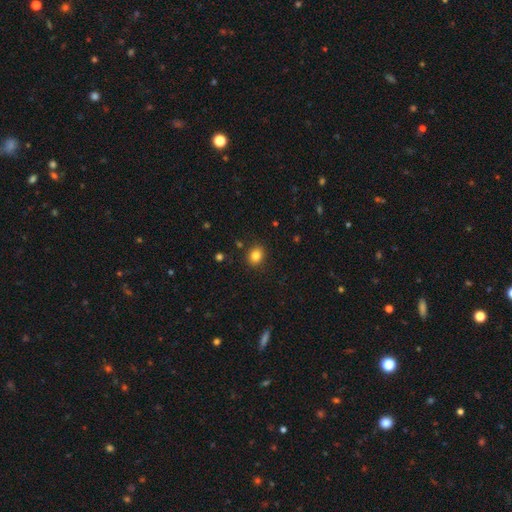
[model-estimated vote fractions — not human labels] A smooth galaxy with no disk features (83%) that is round (64%). Merging: none (88%).